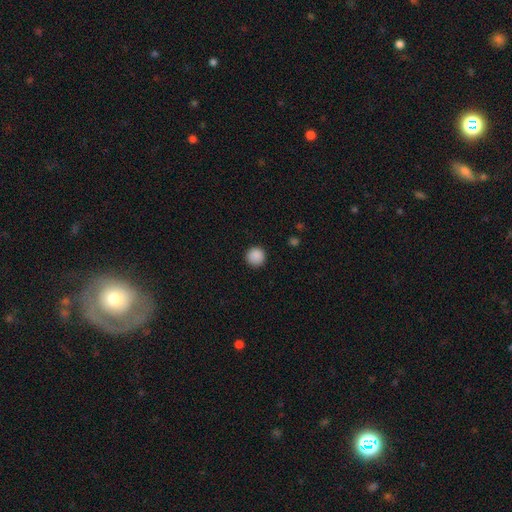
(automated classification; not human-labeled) Smooth or featured?
  - smooth: 89% *
  - star or artifact: 9%
  - featured or disk: 3%
How rounded?
  - round: 96% *
  - in between: 3%
  - cigar-shaped: 1%
Merging?
  - none: 91% *
  - minor disturbance: 6%
  - major disturbance: 2%
  - merger: 1%